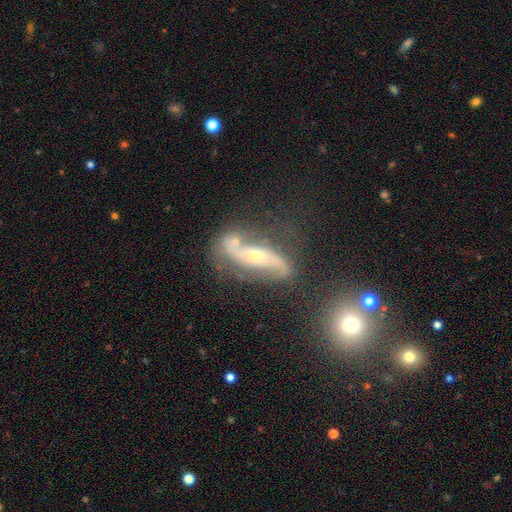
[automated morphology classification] Smooth or featured? featured or disk (85%)
Edge-on disk? no (88%)
Bar? no (43%)
Spiral arms? yes (93%)
Spiral winding? loose (58%)
Spiral arm count? 2 (91%)
Bulge size? small (49%)
Merging? none (61%)